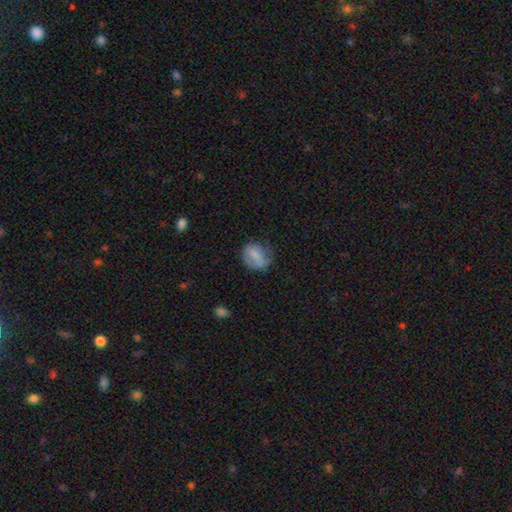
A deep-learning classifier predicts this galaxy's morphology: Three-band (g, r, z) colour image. It shows a smooth galaxy with no disk features (69%) that is round (57%). Merging: none (48%).